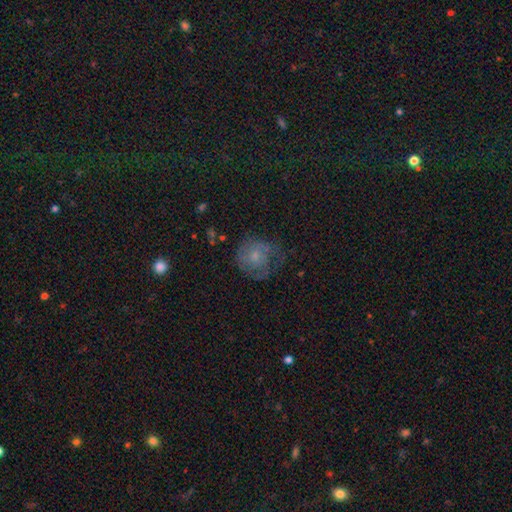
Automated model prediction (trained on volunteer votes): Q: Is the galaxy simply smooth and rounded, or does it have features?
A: smooth — 50%.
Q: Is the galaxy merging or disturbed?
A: none — 48%.